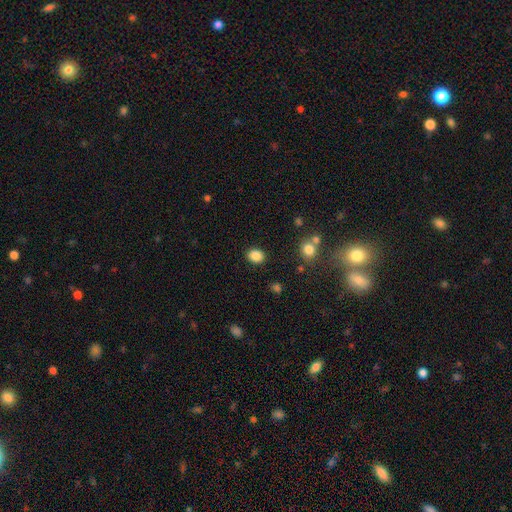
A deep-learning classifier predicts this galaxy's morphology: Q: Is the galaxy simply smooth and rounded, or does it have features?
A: smooth — 87%.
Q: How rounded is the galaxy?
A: round — 52%.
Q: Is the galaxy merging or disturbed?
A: none — 87%.